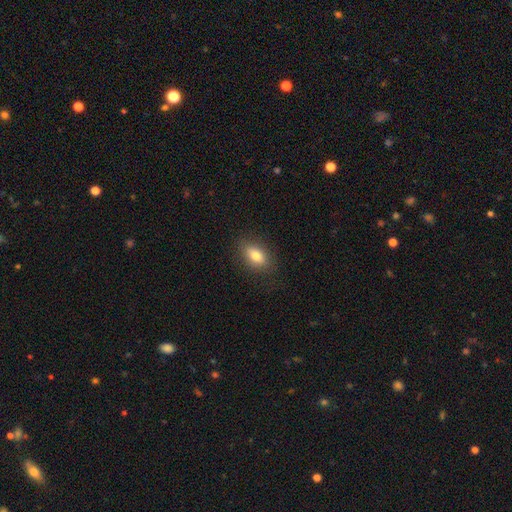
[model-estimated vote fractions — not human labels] This is likely a smooth galaxy (79%). How rounded: clearly in between (84%). Merging: clearly none (85%).